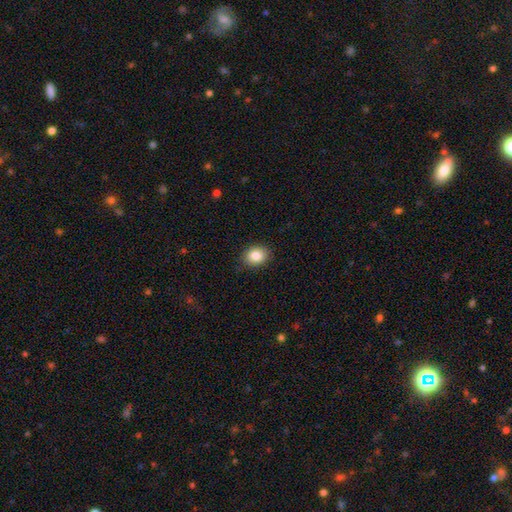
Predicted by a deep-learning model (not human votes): A smooth galaxy with no disk features (86%) that is in between round and cigar-shaped (60%). Merging: none (87%).